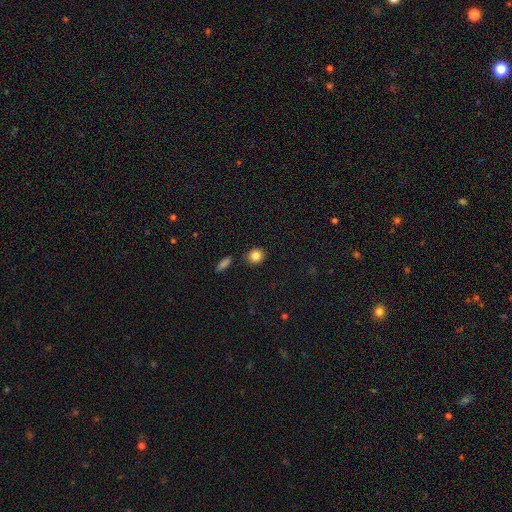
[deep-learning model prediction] This appears to be a smooth galaxy with no disk features (85%) that is round (80%). Merging: none (85%).